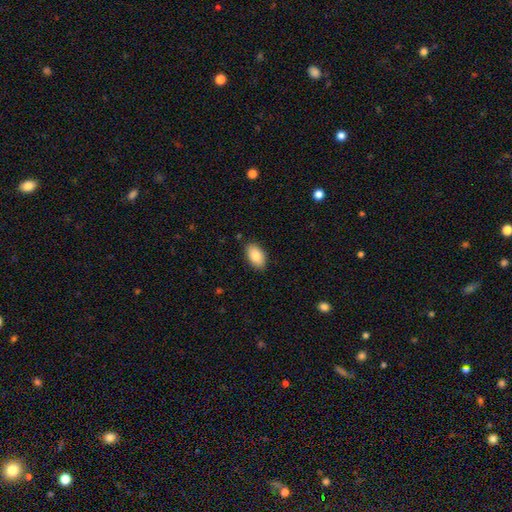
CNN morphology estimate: smooth-or-featured: smooth: 86% | featured or disk: 8% | star or artifact: 7%
  how-rounded: in between: 94% | round: 4% | cigar-shaped: 2%
  merging: none: 86% | minor disturbance: 10% | major disturbance: 2% | merger: 1%